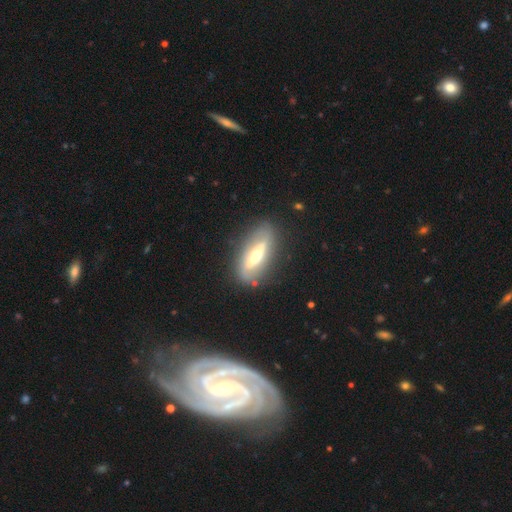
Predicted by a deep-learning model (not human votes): The model was most divided on "edge-on disk": no: 55%, yes: 45%. More confident: merging — none (78%); smooth or featured — featured or disk (60%).